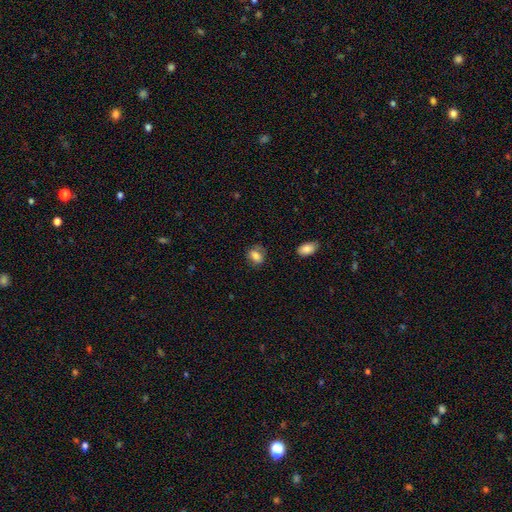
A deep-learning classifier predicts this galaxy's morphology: This is likely a smooth galaxy (78%). How rounded: likely in between (66%). Merging: likely none (71%).